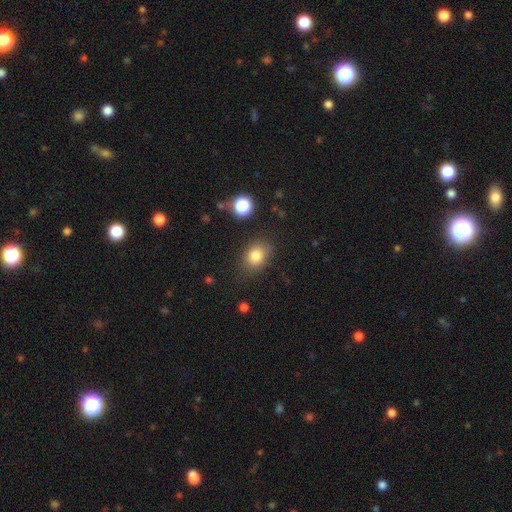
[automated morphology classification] smooth 82%, star or artifact 11%, featured or disk 8%. Down the decision tree: how rounded — in between (60%); merging — none (78%).